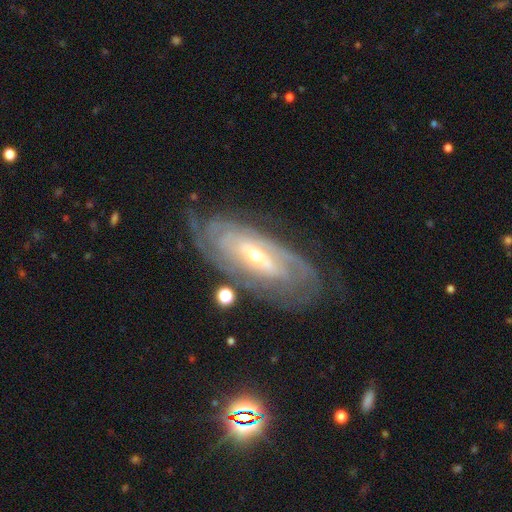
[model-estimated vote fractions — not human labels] Overall: featured or disk (87%). Edge-on disk: no (90%). Bar: no (40%; weak 34%). Spiral arms: yes (93%). Spiral arm count: can't tell (44%; 2 22%). Spiral winding: tight (77%). Bulge size: small (63%; moderate 33%). Merging: none (77%).